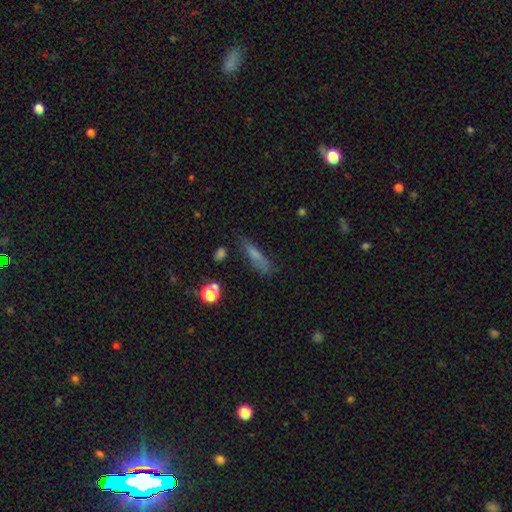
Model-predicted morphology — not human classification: Smooth or featured: smooth — 68% (featured or disk — 19%)
How rounded: cigar-shaped — 72% (in between — 24%)
Merging: none — 65% (minor disturbance — 23%)